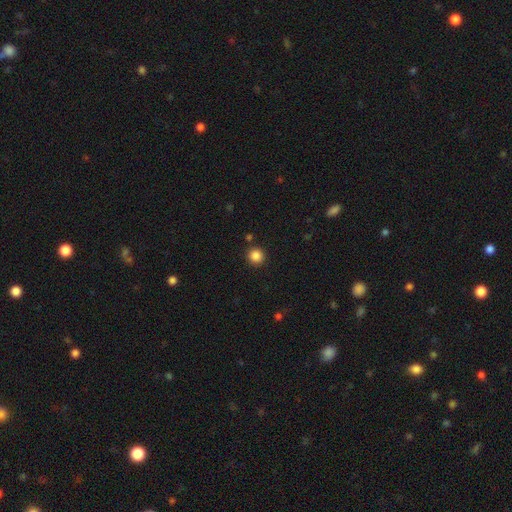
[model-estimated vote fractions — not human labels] Overall: smooth (86%). How rounded: round (95%). Merging: none (90%).